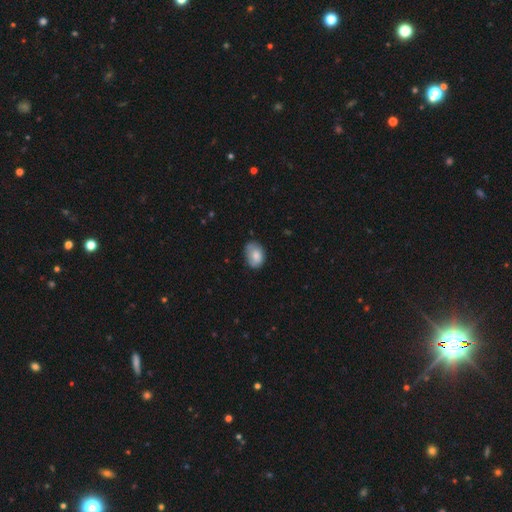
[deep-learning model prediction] Smooth or featured?
  - smooth: 78% *
  - featured or disk: 15%
  - star or artifact: 7%
How rounded?
  - in between: 79% *
  - round: 20%
  - cigar-shaped: 1%
Merging?
  - none: 63% *
  - minor disturbance: 28%
  - major disturbance: 7%
  - merger: 2%